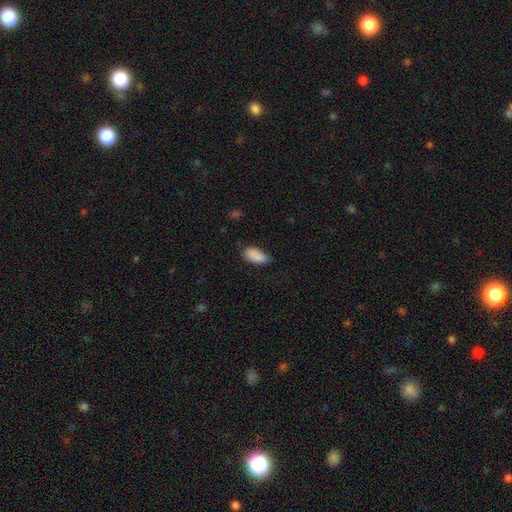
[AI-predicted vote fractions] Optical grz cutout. It shows a smooth galaxy with no disk features (88%) that is in between round and cigar-shaped (92%). Merging: none (66%).